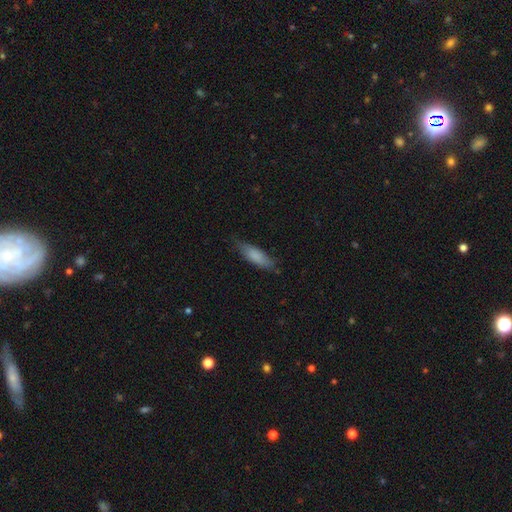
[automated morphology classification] smooth 82%, featured or disk 12%, star or artifact 6%. Down the decision tree: how rounded — in between (55%); merging — none (73%).